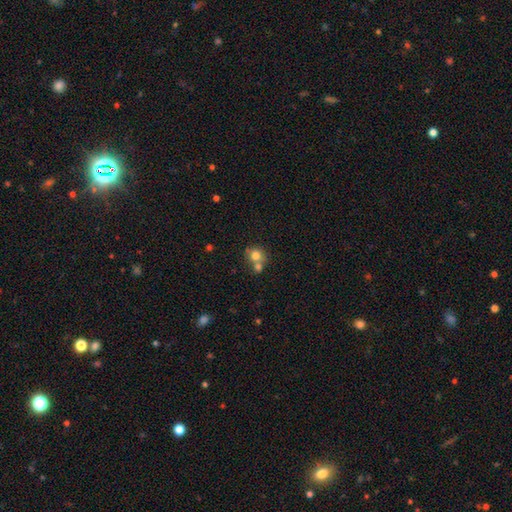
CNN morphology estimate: This is likely a smooth galaxy (76%). How rounded: clearly round (83%). Merging: marginally none (45%).